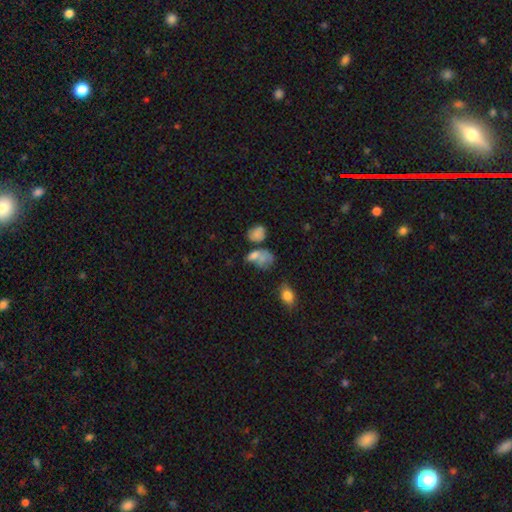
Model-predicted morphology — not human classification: A smooth galaxy with no disk features (67%) that is in between round and cigar-shaped (73%). Merging: merger (35%).